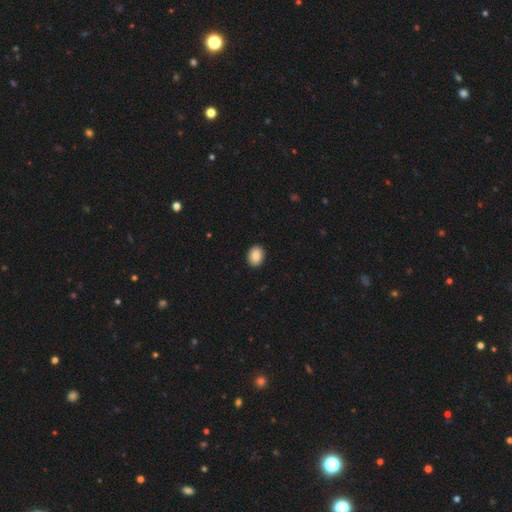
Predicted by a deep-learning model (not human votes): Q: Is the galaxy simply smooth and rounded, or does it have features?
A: smooth — 89%.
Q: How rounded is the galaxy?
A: in between — 65%.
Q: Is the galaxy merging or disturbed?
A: none — 91%.